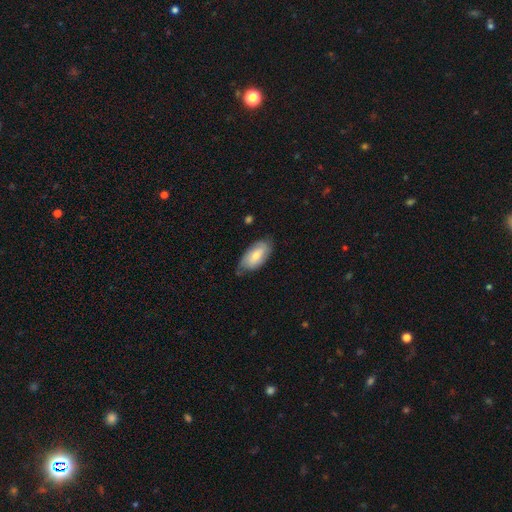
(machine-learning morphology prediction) Overall: smooth (66%; featured or disk 28%). How rounded: in between (92%). Merging: none (66%; minor disturbance 28%).